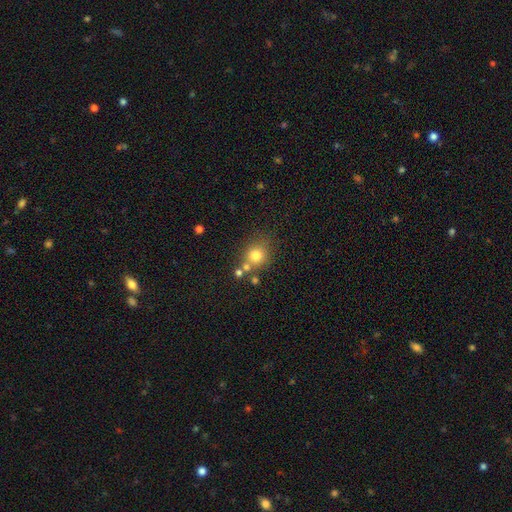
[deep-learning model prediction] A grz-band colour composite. It shows a smooth galaxy with no disk features (75%) that is round (81%). Merging: none (63%).